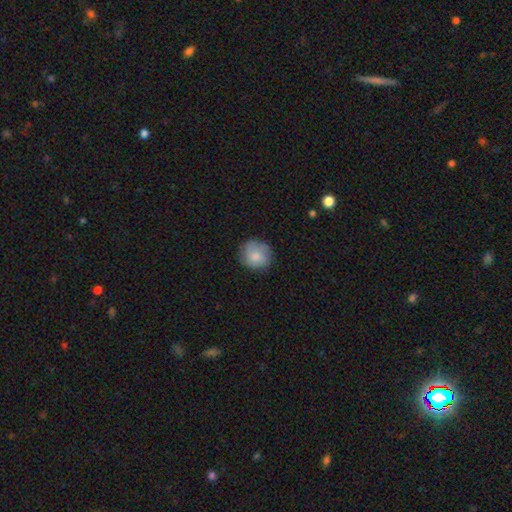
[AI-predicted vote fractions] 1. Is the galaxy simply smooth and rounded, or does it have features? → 79% smooth, 14% featured or disk, 7% star or artifact.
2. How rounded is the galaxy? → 89% round, 10% in between, 1% cigar-shaped.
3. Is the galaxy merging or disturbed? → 77% none, 17% minor disturbance, 5% major disturbance, 1% merger.